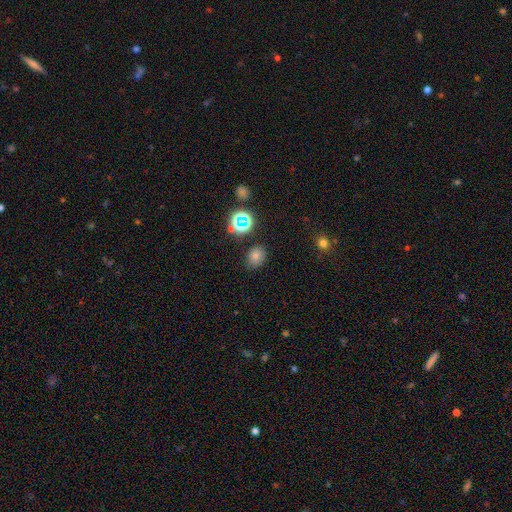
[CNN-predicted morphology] smooth_or_featured: smooth (p=0.61) [alt: star or artifact p=0.30]
how_rounded: round (p=0.50) [alt: in between p=0.49]
merging: none (p=0.83) [alt: minor disturbance p=0.11]